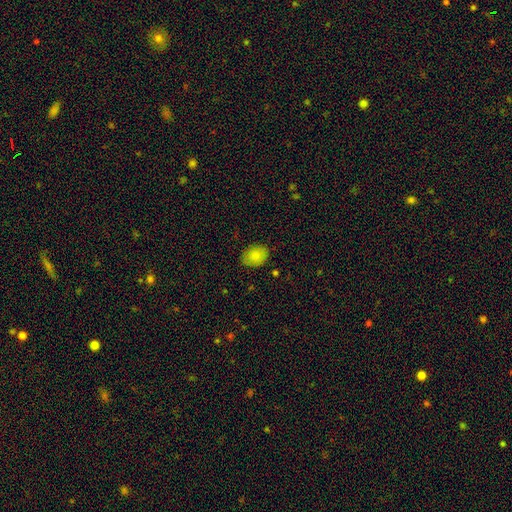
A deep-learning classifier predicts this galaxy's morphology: type=smooth (83%); roundness=in between (68%); merging=none (83%).